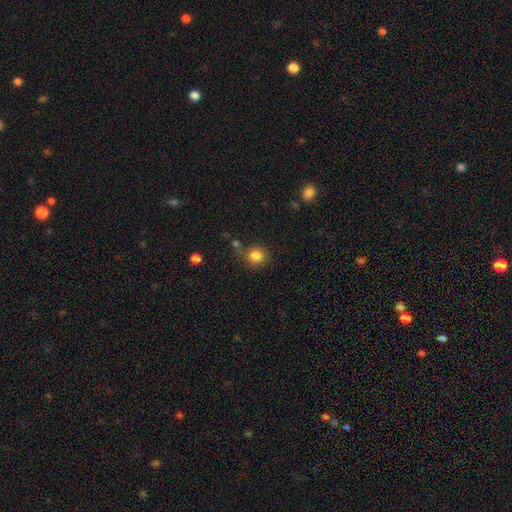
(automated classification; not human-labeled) Smooth or featured? Predicted: smooth (p=0.84). How rounded? Predicted: round (p=0.91). Merging? Predicted: none (p=0.73).